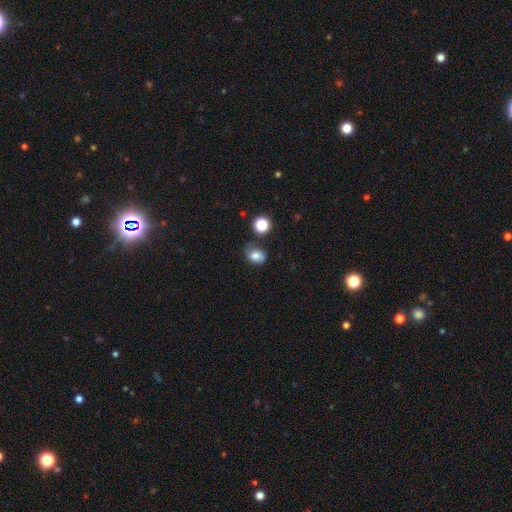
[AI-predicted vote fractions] smooth_or_featured: smooth (p=0.75) [alt: featured or disk p=0.13]
how_rounded: in between (p=0.56) [alt: round p=0.42]
merging: none (p=0.59) [alt: minor disturbance p=0.26]